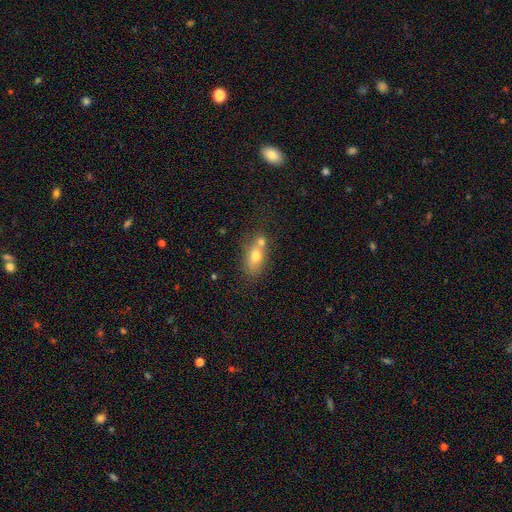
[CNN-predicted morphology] Smooth or featured? Predicted: smooth (p=0.71). How rounded? Predicted: in between (p=0.77). Merging? Predicted: none (p=0.42).